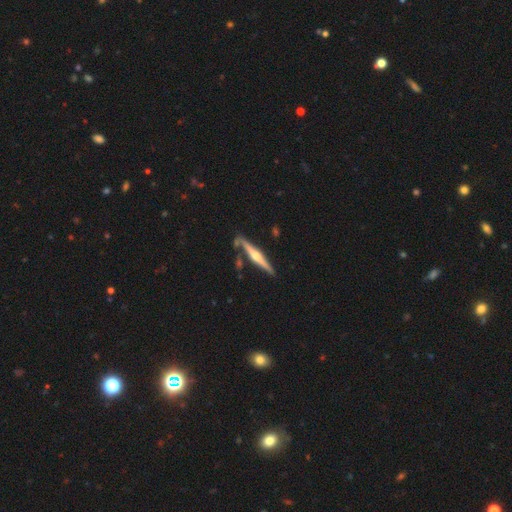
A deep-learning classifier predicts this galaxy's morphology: Smooth or featured? featured or disk (76%)
Edge-on disk? yes (98%)
Edge-on bulge? rounded (89%)
Merging? none (79%)